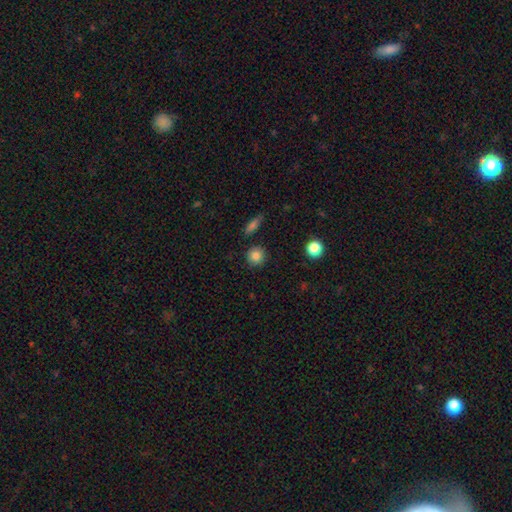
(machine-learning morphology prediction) This appears to be a smooth galaxy with no disk features (85%) that is round (91%). Merging: none (88%).